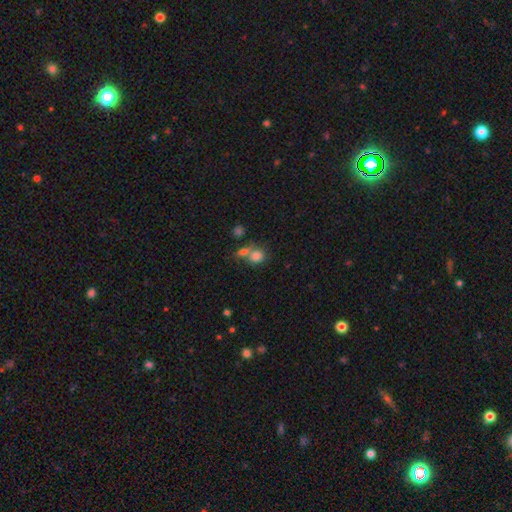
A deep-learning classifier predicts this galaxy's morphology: Overall: smooth (80%). How rounded: round (64%; in between 35%). Merging: merger (44%; none 39%).